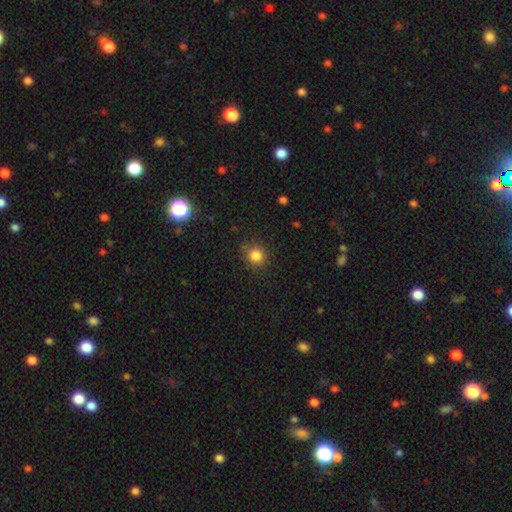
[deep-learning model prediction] smooth_or_featured: smooth (p=0.83) [alt: star or artifact p=0.13]
how_rounded: round (p=0.87) [alt: in between p=0.12]
merging: none (p=0.85) [alt: minor disturbance p=0.11]